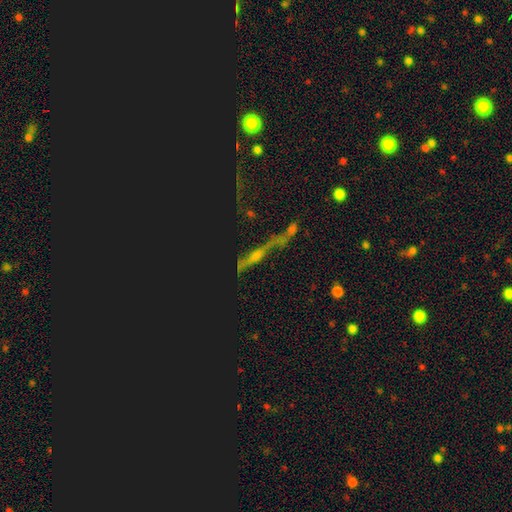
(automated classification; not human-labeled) Smooth or featured?
  - star or artifact: 52% *
  - featured or disk: 29%
  - smooth: 19%